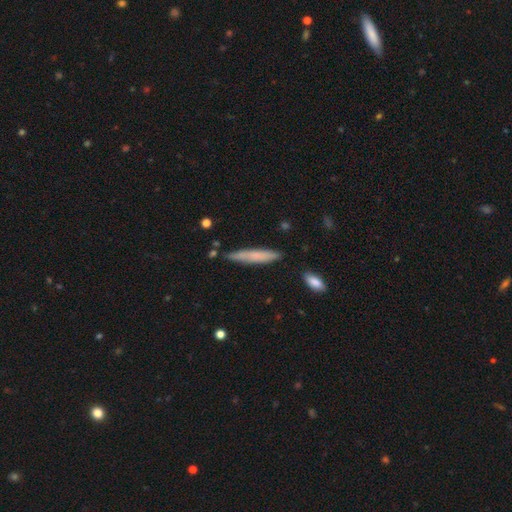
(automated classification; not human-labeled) Morphology: type=smooth (68%); roundness=cigar-shaped (92%); merging=none (81%).